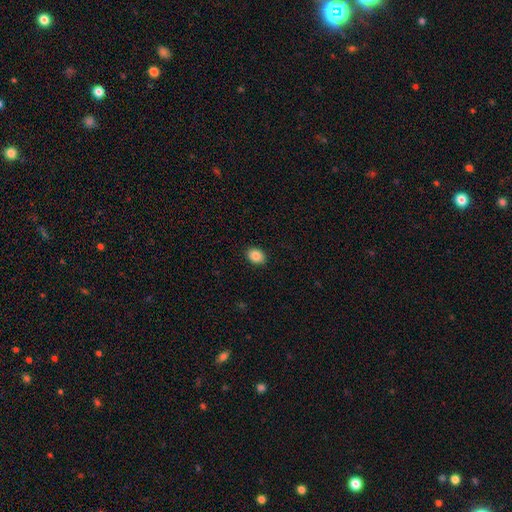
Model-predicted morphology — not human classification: smooth-or-featured: smooth: 86% | star or artifact: 8% | featured or disk: 5%
  how-rounded: in between: 63% | round: 36% | cigar-shaped: 1%
  merging: none: 91% | minor disturbance: 7% | major disturbance: 2% | merger: 1%